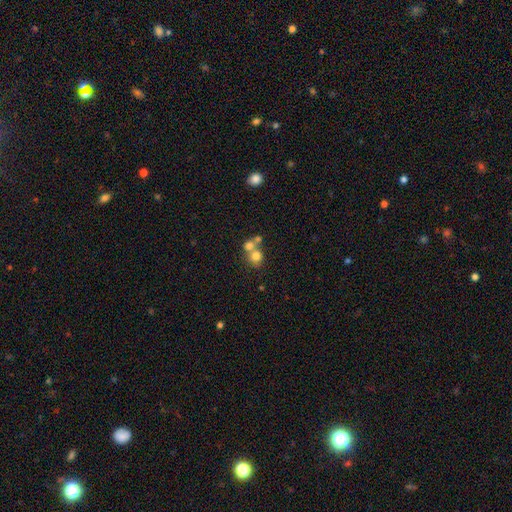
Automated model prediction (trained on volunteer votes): smooth 73%, featured or disk 15%, star or artifact 12%. Down the decision tree: how rounded — round (82%); merging — merger (54%).